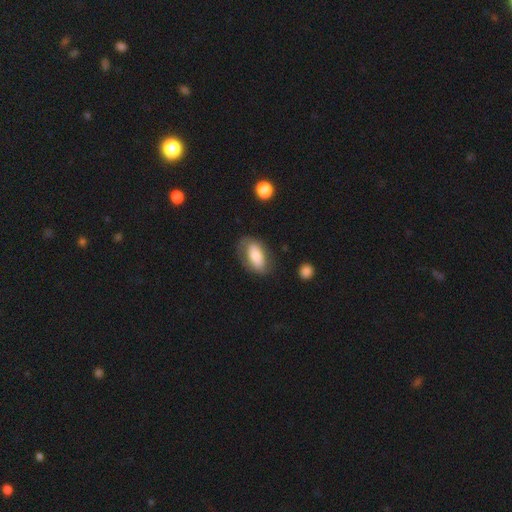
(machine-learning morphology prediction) This is likely a smooth galaxy (71%). How rounded: clearly in between (89%). Merging: likely none (65%).